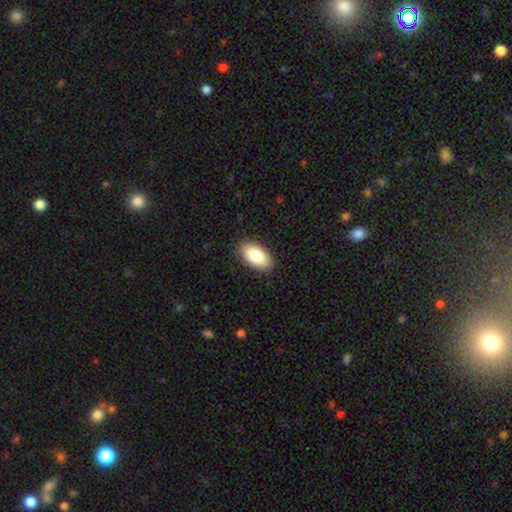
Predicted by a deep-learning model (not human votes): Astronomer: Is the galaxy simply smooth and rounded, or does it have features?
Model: smooth — 84%.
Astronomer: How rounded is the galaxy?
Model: in between — 95%.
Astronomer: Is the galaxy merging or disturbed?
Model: none — 88%.